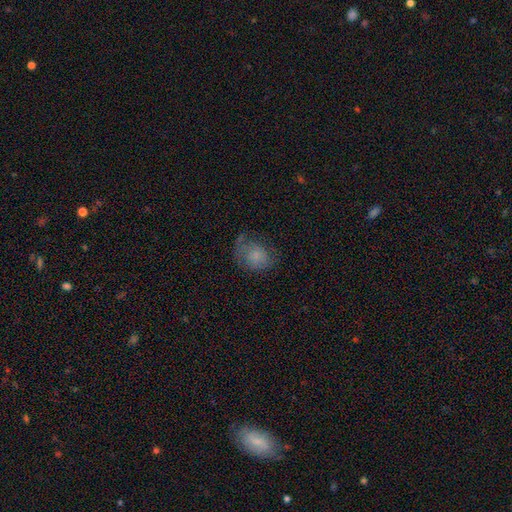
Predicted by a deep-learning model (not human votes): Morphology: type=smooth (63%); roundness=round (52%); merging=none (48%).